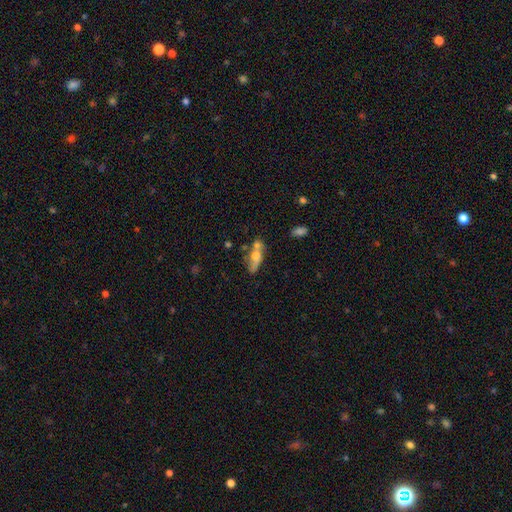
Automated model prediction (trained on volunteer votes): Overall: featured or disk (45%; smooth 43%). Merging: none (38%; merger 31%).